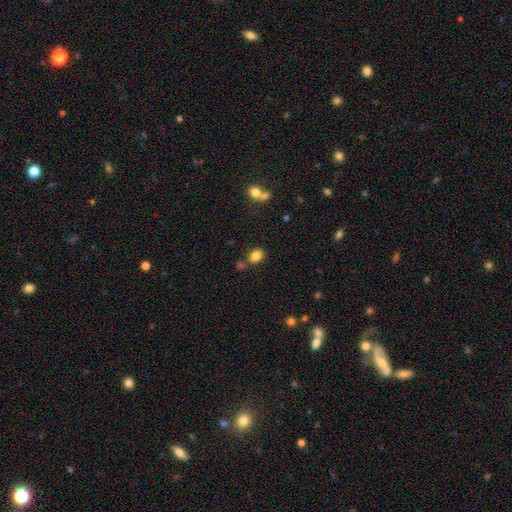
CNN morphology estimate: Overall: smooth (83%). How rounded: in between (59%; round 40%). Merging: none (70%).